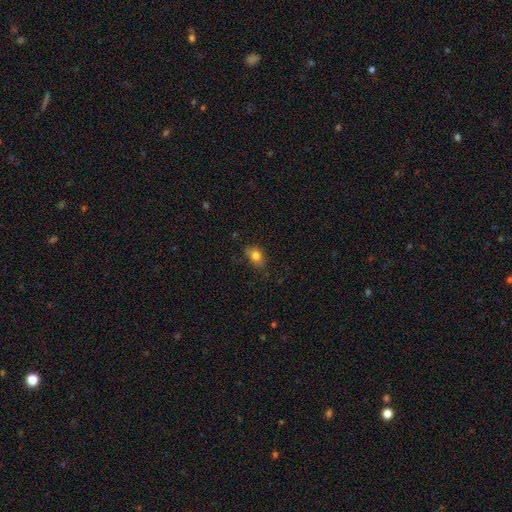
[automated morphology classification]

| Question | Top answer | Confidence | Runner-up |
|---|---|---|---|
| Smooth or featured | smooth | 79% | featured or disk (11%) |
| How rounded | in between | 58% | round (40%) |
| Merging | none | 69% | minor disturbance (23%) |